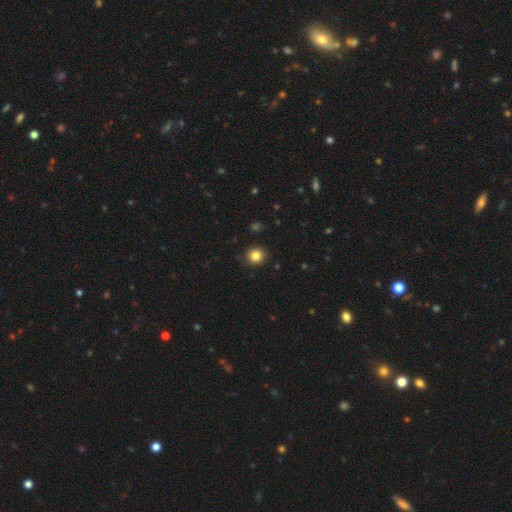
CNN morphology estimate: A smooth galaxy with no disk features (83%) that is round (91%).

Vote fractions:
- Smooth or featured? smooth: 83% / star or artifact: 12% / featured or disk: 5%
- How rounded? round: 91% / in between: 9% / cigar-shaped: 1%
- Merging? none: 90% / minor disturbance: 7% / major disturbance: 2% / merger: 1%